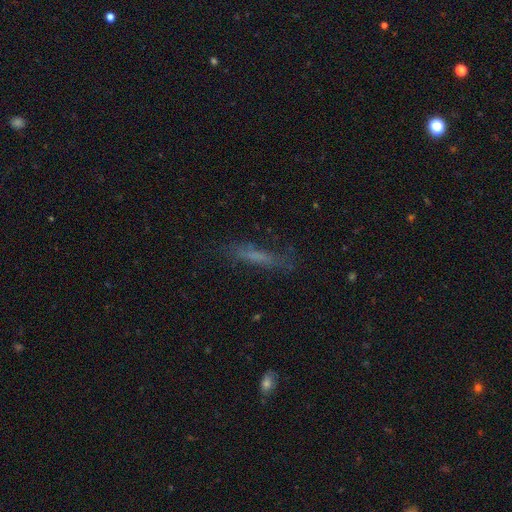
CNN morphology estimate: Smooth or featured: smooth — 53% (featured or disk — 33%)
How rounded: cigar-shaped — 85% (in between — 13%)
Merging: none — 69% (minor disturbance — 19%)